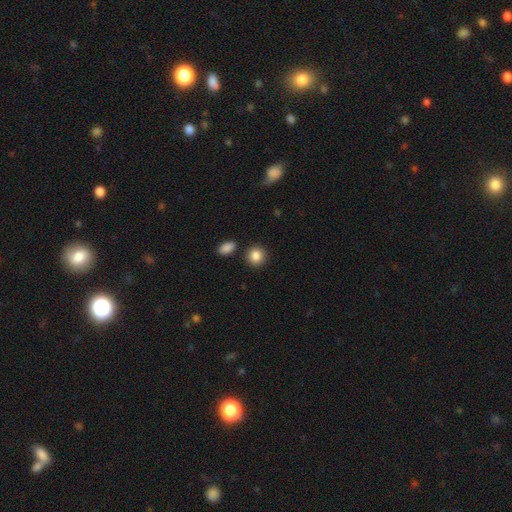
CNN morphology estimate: A smooth galaxy with no disk features (87%) that is round (83%).

Vote fractions:
- Smooth or featured? smooth: 87% / star or artifact: 8% / featured or disk: 5%
- How rounded? round: 83% / in between: 16% / cigar-shaped: 1%
- Merging? none: 86% / minor disturbance: 7% / merger: 4% / major disturbance: 2%